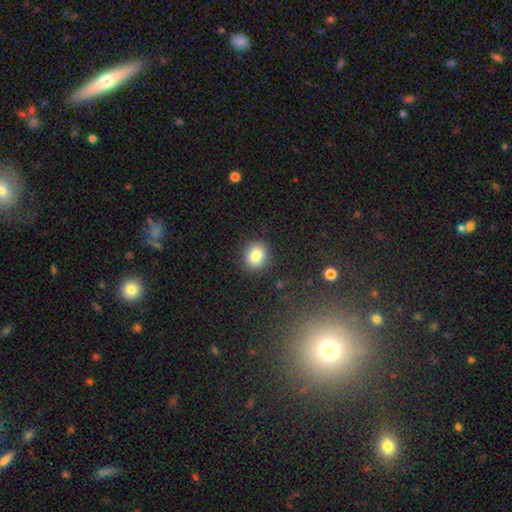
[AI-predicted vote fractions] A smooth galaxy with no disk features (82%) that is round (77%).

Vote fractions:
- Smooth or featured? smooth: 82% / star or artifact: 10% / featured or disk: 7%
- How rounded? round: 77% / in between: 22% / cigar-shaped: 1%
- Merging? none: 89% / minor disturbance: 7% / major disturbance: 2% / merger: 1%